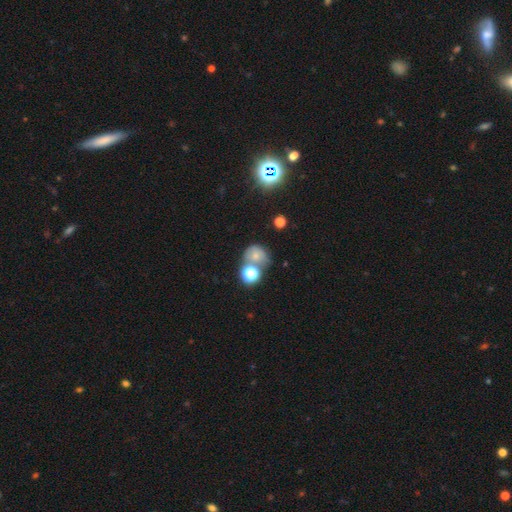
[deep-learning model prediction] Smooth or featured?
  - smooth: 62% *
  - star or artifact: 20%
  - featured or disk: 18%
How rounded?
  - round: 72% *
  - in between: 27%
  - cigar-shaped: 1%
Merging?
  - none: 42% *
  - merger: 31%
  - minor disturbance: 17%
  - major disturbance: 10%